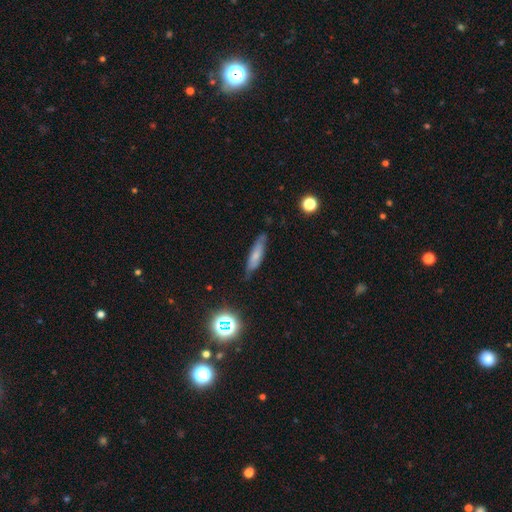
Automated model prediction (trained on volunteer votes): The model was most divided on "smooth or featured": smooth: 62%, featured or disk: 28%, star or artifact: 10%. More confident: merging — none (73%); how rounded — cigar-shaped (69%).